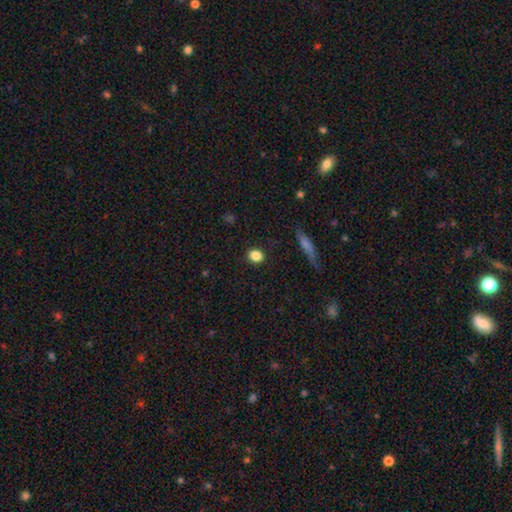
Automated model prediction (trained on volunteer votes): Smooth or featured? smooth (85%)
How rounded? round (66%)
Merging? none (90%)